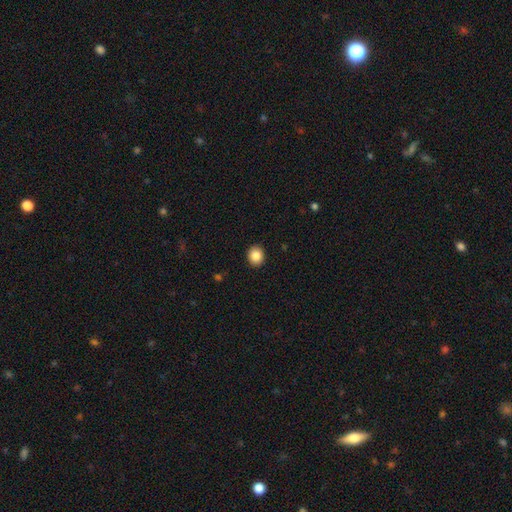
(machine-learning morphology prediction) This appears to be a smooth galaxy with no disk features (87%) that is round (73%). Merging: none (91%).